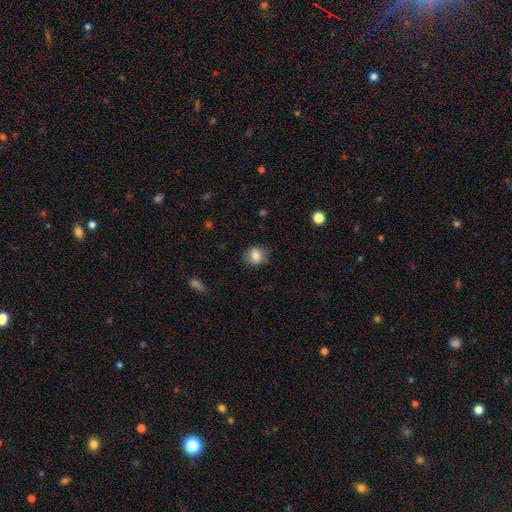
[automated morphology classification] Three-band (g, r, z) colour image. It shows a smooth galaxy with no disk features (82%) that is round (63%). Merging: none (78%).